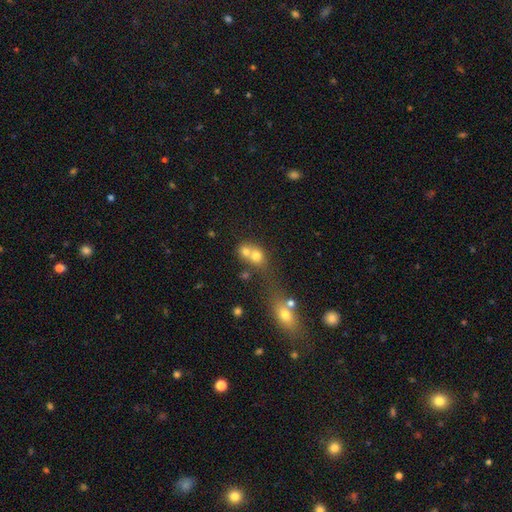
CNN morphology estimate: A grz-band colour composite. It shows a smooth galaxy with no disk features (71%) that is round (69%). Merging: merger (62%).